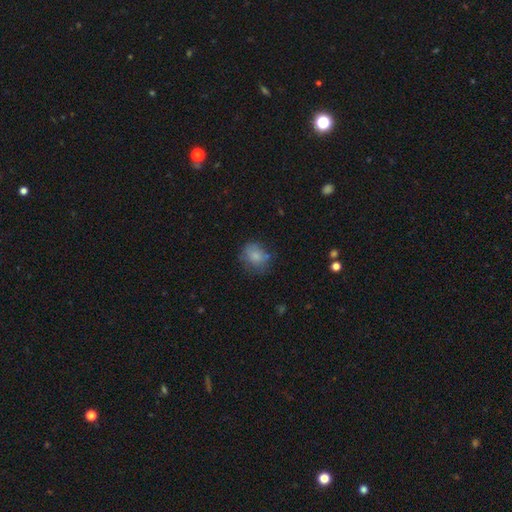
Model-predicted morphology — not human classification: smooth-or-featured: smooth: 77% | featured or disk: 14% | star or artifact: 10%
  how-rounded: round: 60% | in between: 39% | cigar-shaped: 1%
  merging: none: 61% | minor disturbance: 25% | major disturbance: 11% | merger: 3%